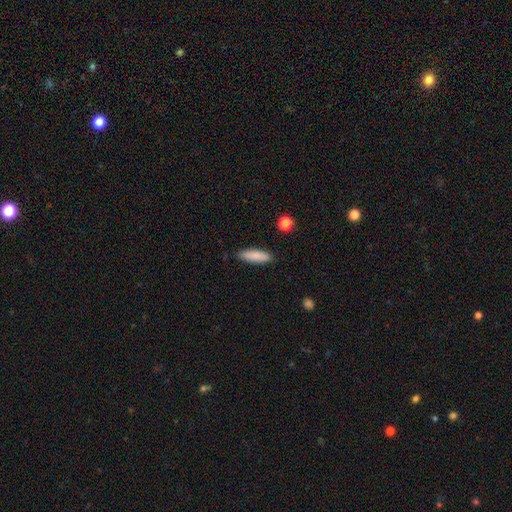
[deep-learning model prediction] The model was most divided on "how rounded": cigar-shaped: 60%, in between: 38%, round: 2%. More confident: merging — none (87%); smooth or featured — smooth (86%).